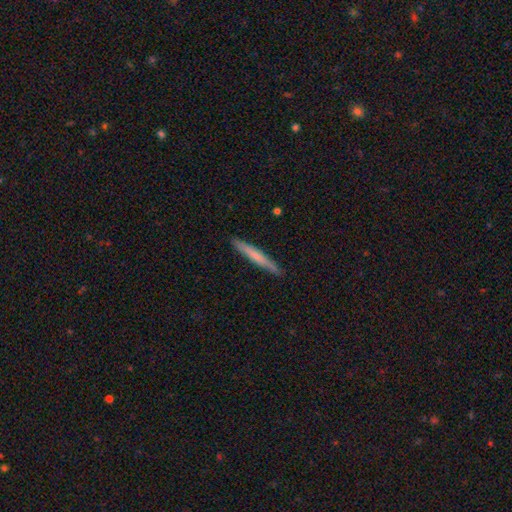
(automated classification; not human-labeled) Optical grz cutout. It shows a smooth galaxy with no disk features (60%) that is cigar-shaped (96%). Merging: none (91%).